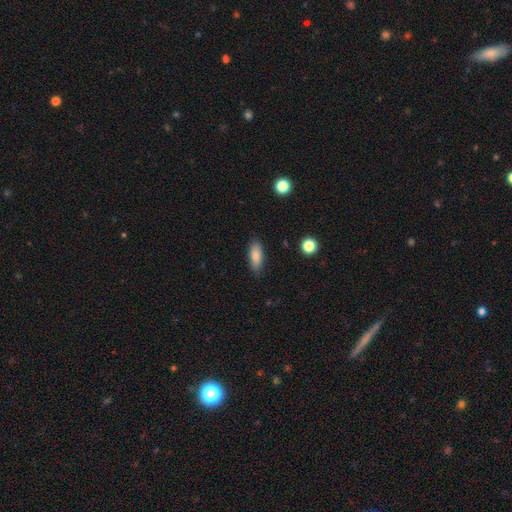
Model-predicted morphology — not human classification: This is clearly a smooth galaxy (82%). How rounded: likely in between (76%). Merging: clearly none (85%).